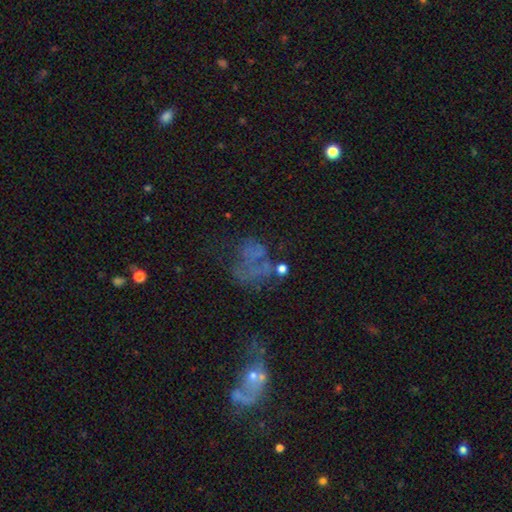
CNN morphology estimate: Overall: featured or disk (41%; smooth 30%). Merging: major disturbance (36%; none 33%).